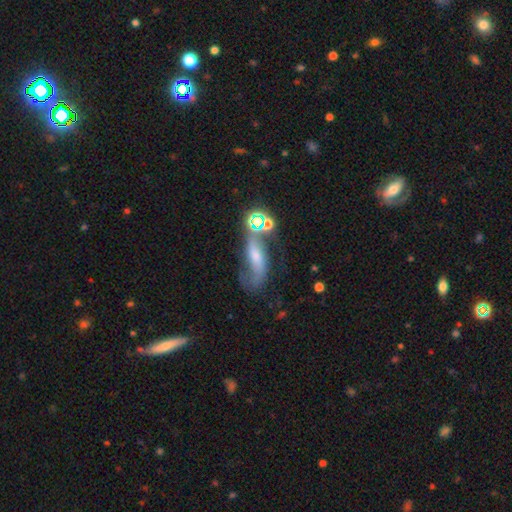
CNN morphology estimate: featured or disk 65%, smooth 21%, star or artifact 15%. Down the decision tree: edge-on disk — no (83%); bar — no (40%); spiral arms — yes (84%); bulge size — moderate (41%); merging — none (46%).